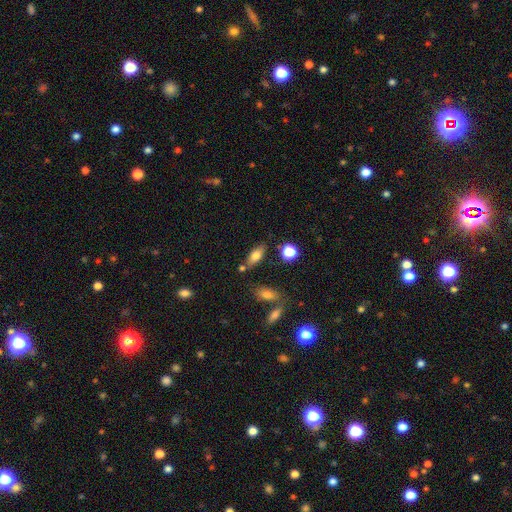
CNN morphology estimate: A smooth galaxy with no disk features (74%) that is in between round and cigar-shaped (81%). Merging: none (73%).